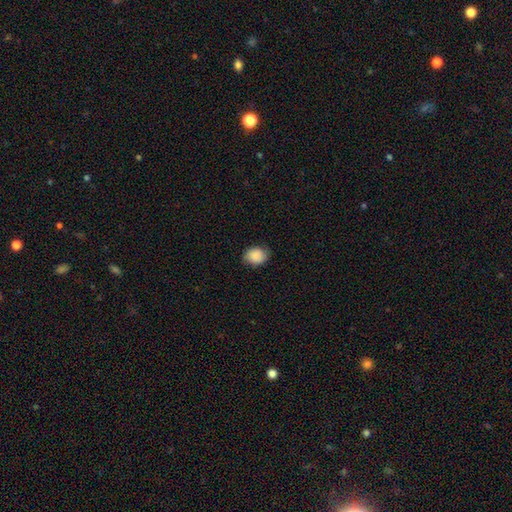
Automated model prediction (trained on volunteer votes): smooth-or-featured: smooth: 87% | star or artifact: 7% | featured or disk: 6%
  how-rounded: round: 50% (tied) | in between: 50% (tied) | cigar-shaped: 1%
  merging: none: 79% | minor disturbance: 17% | major disturbance: 3% | merger: 1%